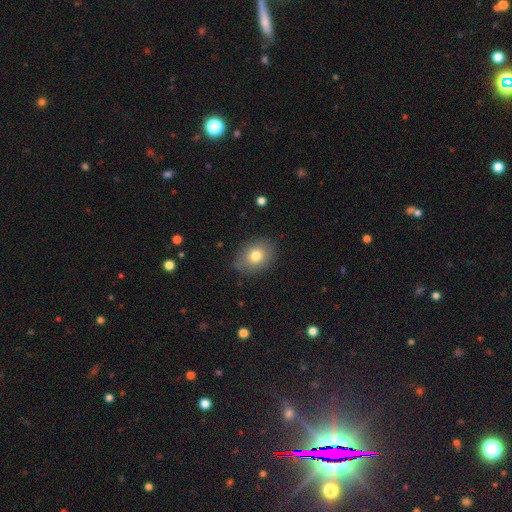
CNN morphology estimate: Smooth or featured: smooth — 77% (featured or disk — 13%)
How rounded: in between — 60% (round — 39%)
Merging: none — 82% (minor disturbance — 13%)